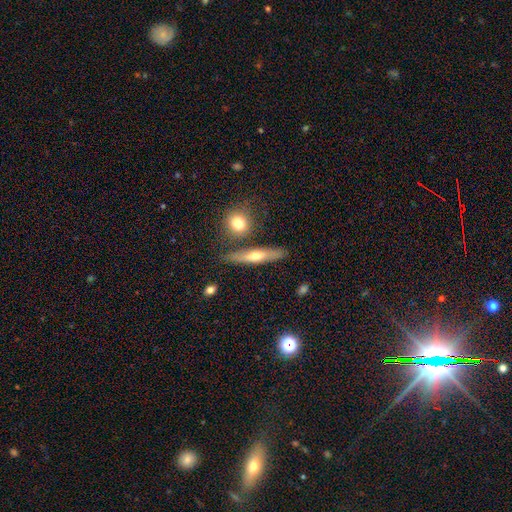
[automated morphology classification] smooth_or_featured: smooth (p=0.47) [alt: featured or disk p=0.46]
merging: none (p=0.81) [alt: minor disturbance p=0.11]